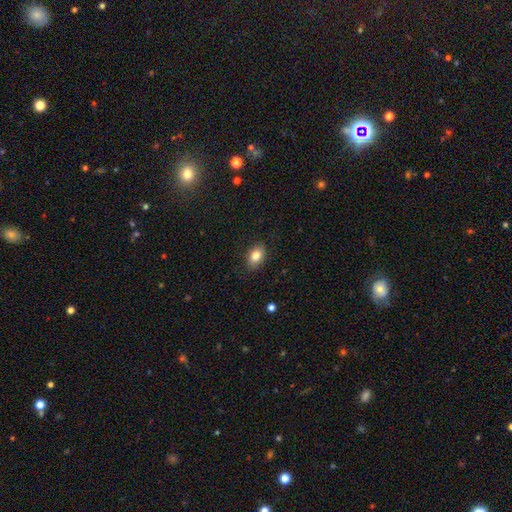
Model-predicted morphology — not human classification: smooth 83%, star or artifact 8%, featured or disk 8%. Down the decision tree: how rounded — in between (82%); merging — none (87%).